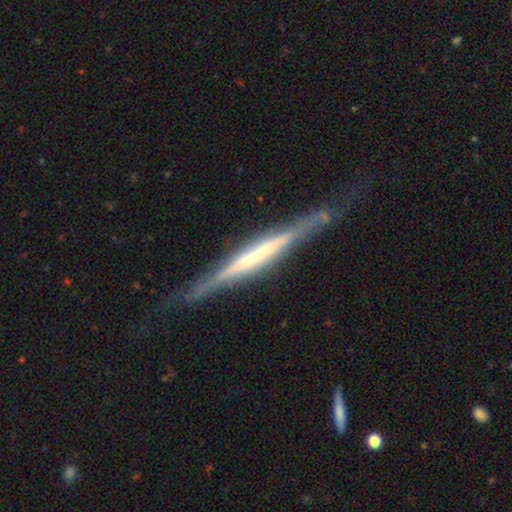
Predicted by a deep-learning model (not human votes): The model was most divided on "edge-on bulge": none: 53%, boxy: 24%, rounded: 23%. More confident: edge-on disk — yes (97%); merging — none (78%); smooth or featured — featured or disk (76%).